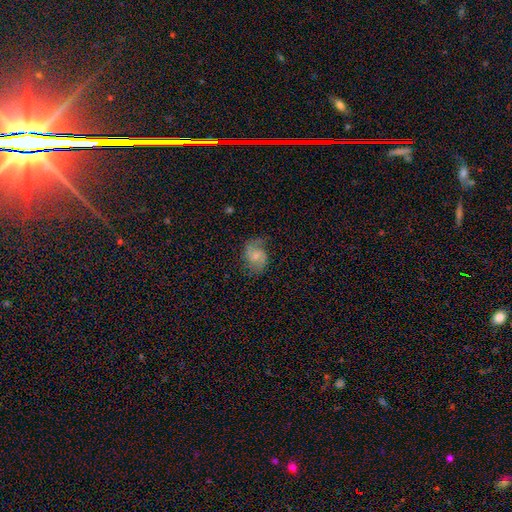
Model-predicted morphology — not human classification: smooth_or_featured: featured or disk (p=0.77) [alt: smooth p=0.16]
disk_edge_on: no (p=0.98) [alt: yes p=0.02]
bar: weak (p=0.47) [alt: no p=0.45]
has_spiral_arms: yes (p=0.95) [alt: no p=0.05]
spiral_winding: medium (p=0.51) [alt: loose p=0.32]
spiral_arm_count: 2 (p=0.89) [alt: can't tell p=0.05]
bulge_size: small (p=0.49) [alt: moderate p=0.36]
merging: none (p=0.71) [alt: minor disturbance p=0.20]